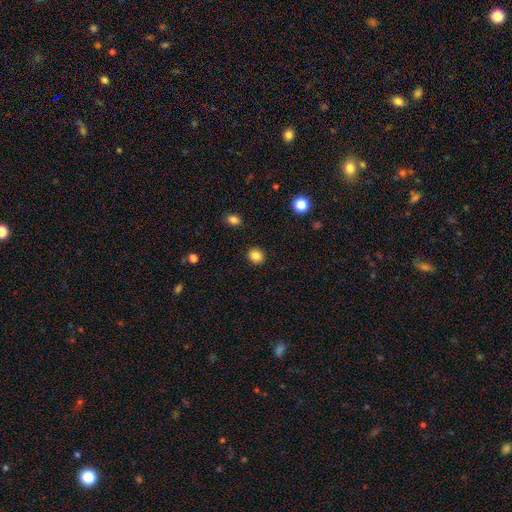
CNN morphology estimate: smooth-or-featured: smooth: 85% | star or artifact: 10% | featured or disk: 5%
  how-rounded: round: 70% | in between: 29% | cigar-shaped: 1%
  merging: none: 91% | minor disturbance: 6% | major disturbance: 2% | merger: 1%